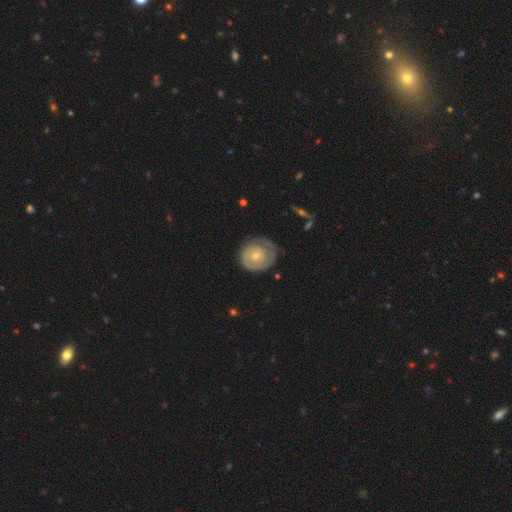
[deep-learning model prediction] smooth_or_featured: featured or disk (p=0.53) [alt: smooth p=0.41]
disk_edge_on: no (p=0.97) [alt: yes p=0.03]
bar: no (p=0.83) [alt: weak p=0.14]
has_spiral_arms: yes (p=0.61) [alt: no p=0.39]
bulge_size: small (p=0.68) [alt: moderate p=0.28]
merging: none (p=0.58) [alt: minor disturbance p=0.26]